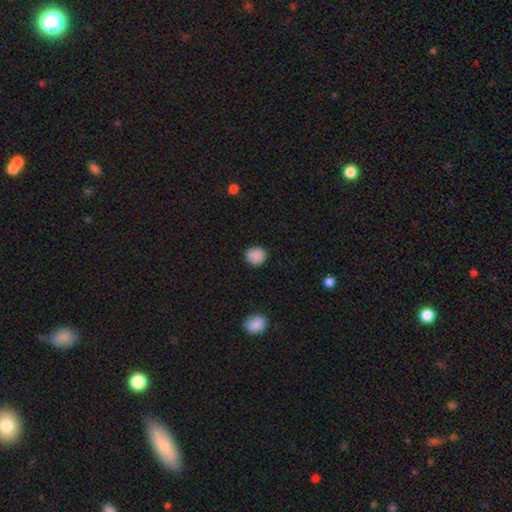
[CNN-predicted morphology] Smooth or featured? smooth (88%)
How rounded? round (80%)
Merging? none (86%)